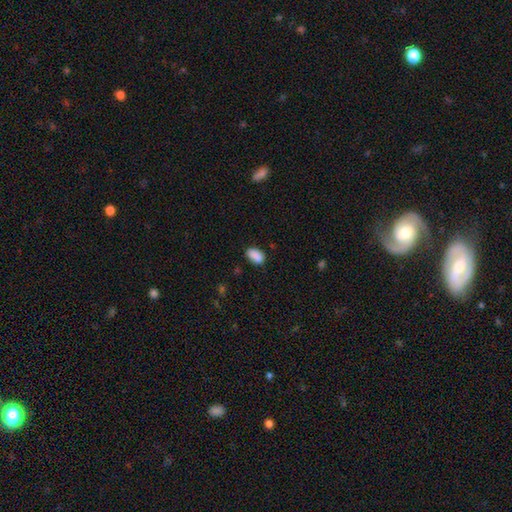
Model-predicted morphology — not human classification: Smooth or featured: smooth — 88% (star or artifact — 9%)
How rounded: in between — 91% (round — 7%)
Merging: none — 77% (minor disturbance — 18%)